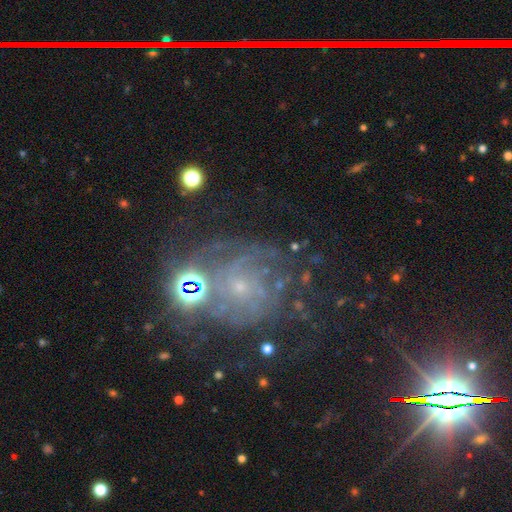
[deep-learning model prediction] Smooth or featured: featured or disk — 65% (star or artifact — 23%)
Edge-on disk: no — 97% (yes — 3%)
Bar: no — 74% (weak — 21%)
Spiral arms: yes — 86% (no — 14%)
Spiral winding: tight — 54% (medium — 34%)
Spiral arm count: can't tell — 46% (3 — 15%)
Bulge size: small — 76% (moderate — 14%)
Merging: none — 55% (major disturbance — 19%)